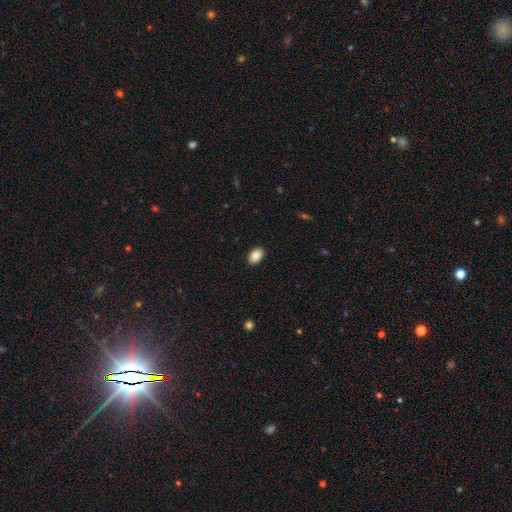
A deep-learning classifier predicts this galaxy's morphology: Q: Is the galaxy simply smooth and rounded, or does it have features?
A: smooth — 89%.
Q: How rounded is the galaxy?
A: in between — 87%.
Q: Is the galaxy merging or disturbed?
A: none — 89%.